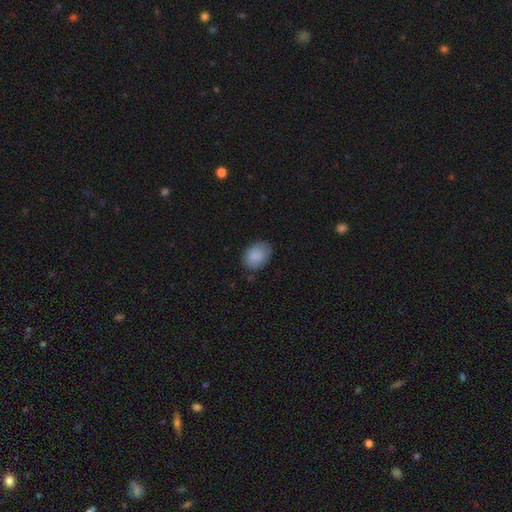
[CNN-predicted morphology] Smooth or featured: smooth — 87% (star or artifact — 7%)
How rounded: in between — 73% (round — 26%)
Merging: none — 74% (minor disturbance — 20%)